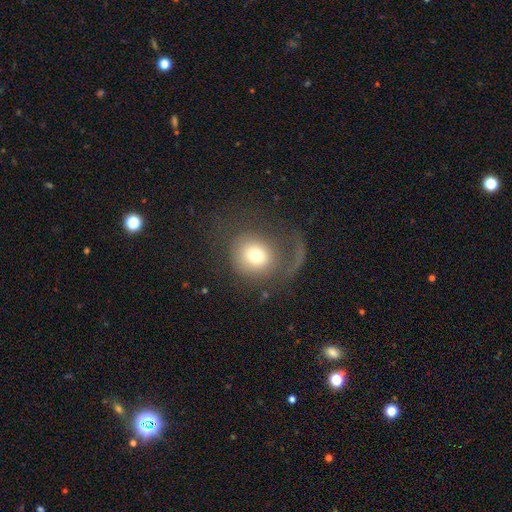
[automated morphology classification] This is likely a smooth galaxy (64%). How rounded: clearly round (86%). Merging: possibly major disturbance (46%).